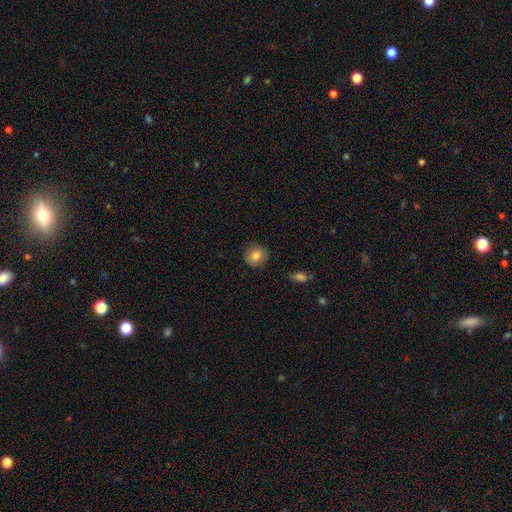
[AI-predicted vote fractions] smooth-or-featured: smooth: 82% | star or artifact: 9% | featured or disk: 9%
  how-rounded: round: 92% | in between: 7% | cigar-shaped: 1%
  merging: none: 89% | minor disturbance: 8% | major disturbance: 2% | merger: 1%